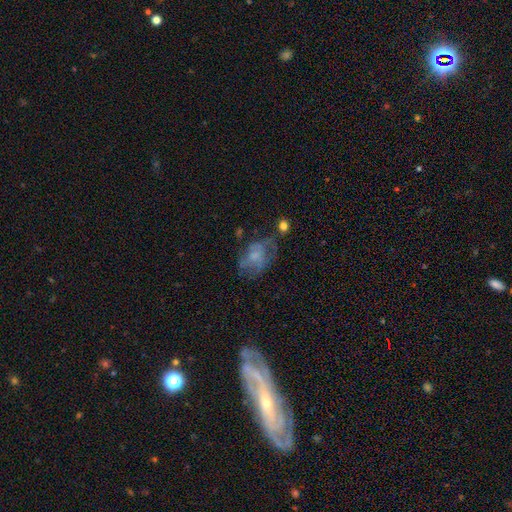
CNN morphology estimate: Smooth or featured? Predicted: featured or disk (p=0.48). Merging? Predicted: none (p=0.42).